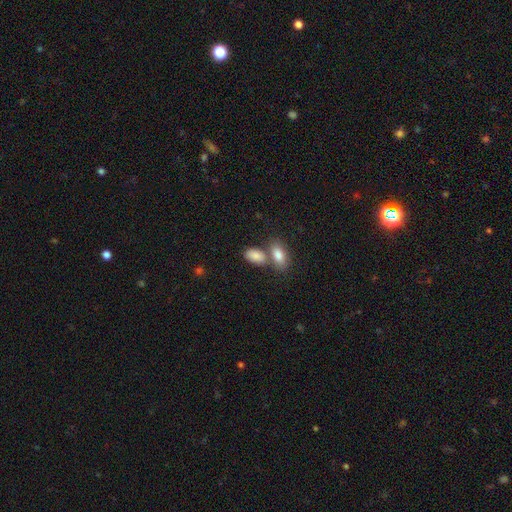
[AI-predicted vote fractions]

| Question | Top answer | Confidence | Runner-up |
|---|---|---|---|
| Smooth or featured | smooth | 85% | featured or disk (8%) |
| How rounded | in between | 92% | round (5%) |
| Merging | none | 47% | merger (39%) |